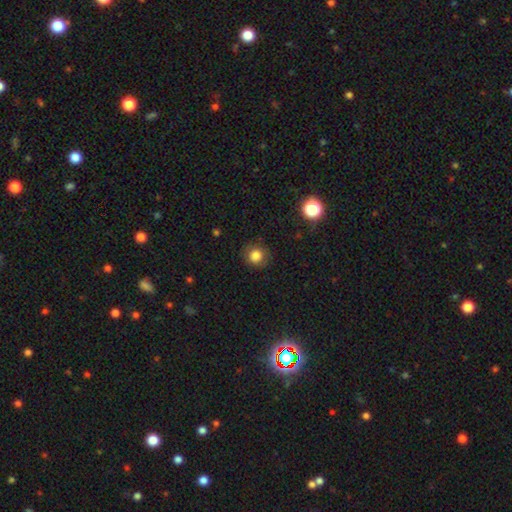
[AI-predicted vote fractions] Smooth or featured?
  - smooth: 81% *
  - star or artifact: 11%
  - featured or disk: 8%
How rounded?
  - round: 87% *
  - in between: 12%
  - cigar-shaped: 1%
Merging?
  - none: 83% *
  - minor disturbance: 11%
  - major disturbance: 4%
  - merger: 1%